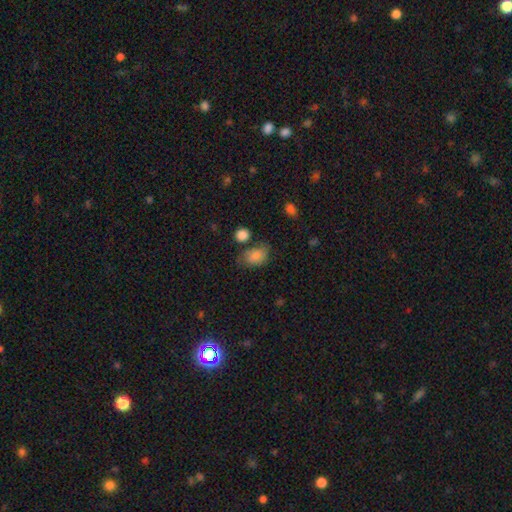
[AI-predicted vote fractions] Q: Smooth or featured?
A: smooth (79%); runner-up: featured or disk (12%)
Q: How rounded?
A: in between (78%); runner-up: round (21%)
Q: Merging?
A: none (52%); runner-up: minor disturbance (27%)